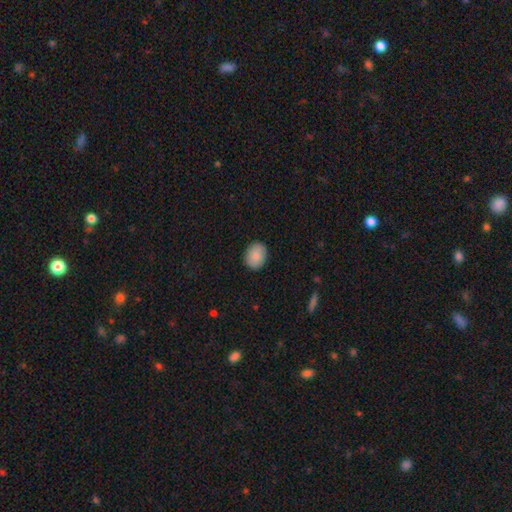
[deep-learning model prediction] smooth_or_featured: smooth (p=0.85) [alt: featured or disk p=0.08]
how_rounded: in between (p=0.56) [alt: round p=0.43]
merging: none (p=0.89) [alt: minor disturbance p=0.08]